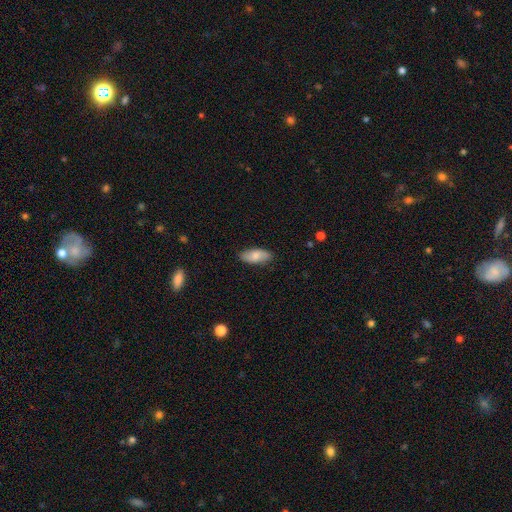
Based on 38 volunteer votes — smooth 79%, featured or disk 18%, star or artifact 3%. Down the decision tree: how rounded — in between (90%); merging — none (89%).